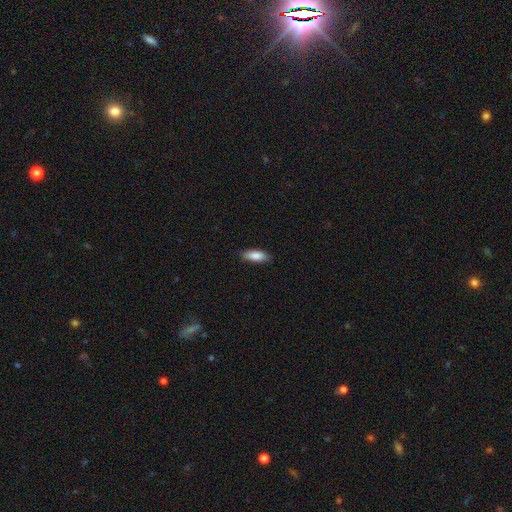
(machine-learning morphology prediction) A smooth galaxy with no disk features (87%) that is in between round and cigar-shaped (71%).

Vote fractions:
- Smooth or featured? smooth: 87% / featured or disk: 7% / star or artifact: 6%
- How rounded? in between: 71% / cigar-shaped: 27% / round: 2%
- Merging? none: 86% / minor disturbance: 11% / major disturbance: 2% / merger: 1%